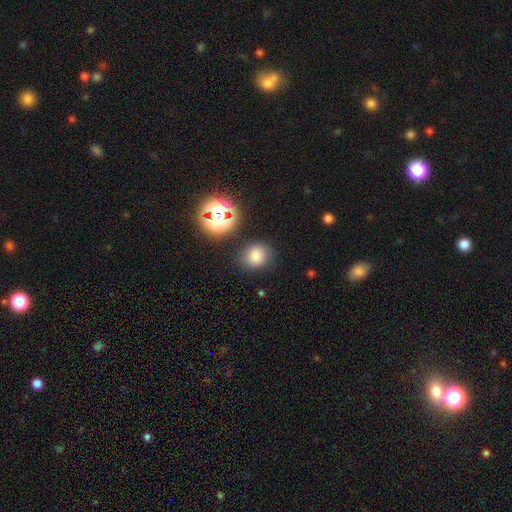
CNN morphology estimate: Overall: smooth (78%). How rounded: round (76%). Merging: none (81%).